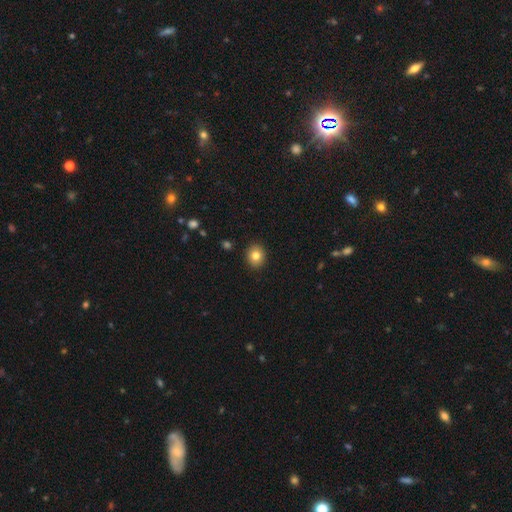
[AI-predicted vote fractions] smooth_or_featured: smooth (p=0.82) [alt: star or artifact p=0.10]
how_rounded: round (p=0.74) [alt: in between p=0.25]
merging: none (p=0.91) [alt: minor disturbance p=0.06]